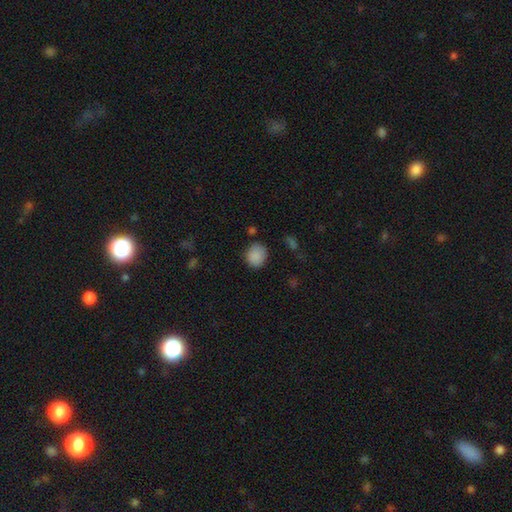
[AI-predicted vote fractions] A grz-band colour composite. It shows a smooth galaxy with no disk features (87%) that is round (71%). Merging: none (79%).